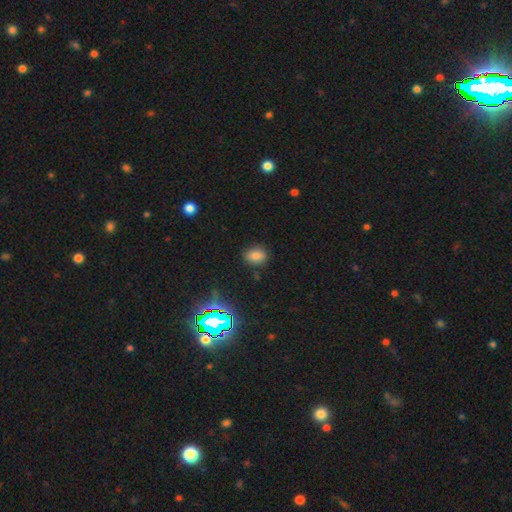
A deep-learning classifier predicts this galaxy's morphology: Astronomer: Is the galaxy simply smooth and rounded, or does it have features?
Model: smooth — 75%.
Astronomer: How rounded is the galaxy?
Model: in between — 57% (runner-up: round, 42%).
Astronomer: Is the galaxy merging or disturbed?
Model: none — 85%.